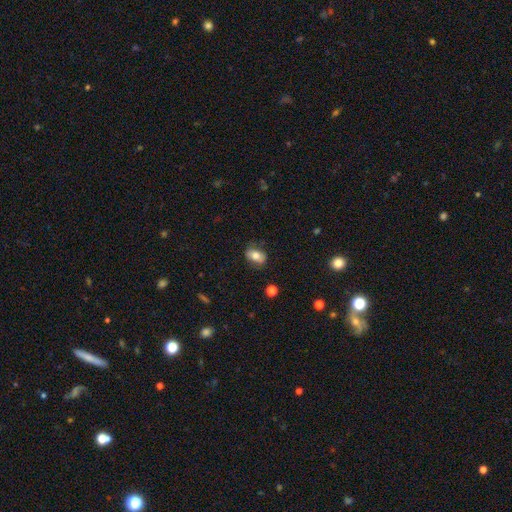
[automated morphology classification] Smooth or featured?
  - smooth: 74% *
  - featured or disk: 17%
  - star or artifact: 9%
How rounded?
  - in between: 84% *
  - round: 14%
  - cigar-shaped: 2%
Merging?
  - none: 77% *
  - minor disturbance: 17%
  - major disturbance: 5%
  - merger: 2%